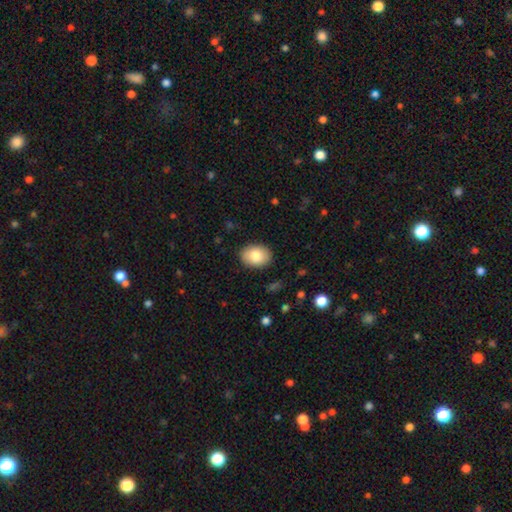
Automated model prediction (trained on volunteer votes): smooth 81%, featured or disk 12%, star or artifact 7%. Down the decision tree: how rounded — in between (73%); merging — none (89%).